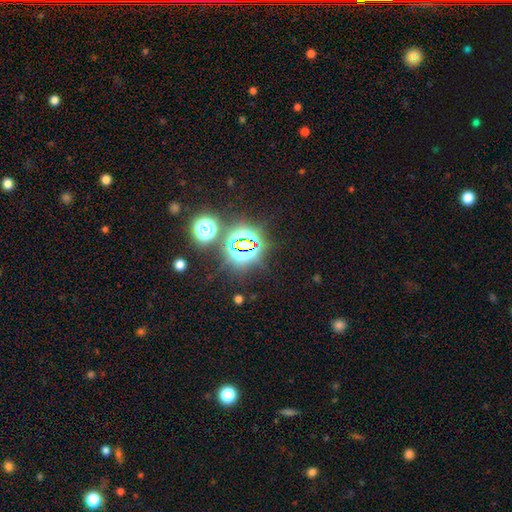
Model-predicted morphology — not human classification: star or artifact 77%, smooth 15%, featured or disk 8%.